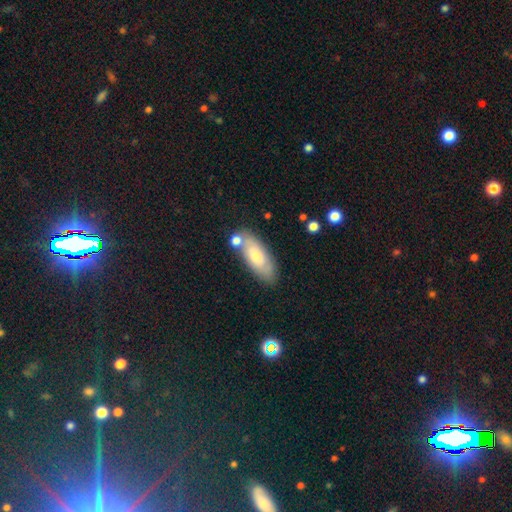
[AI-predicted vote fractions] smooth 63%, featured or disk 30%, star or artifact 7%. Down the decision tree: how rounded — in between (76%); merging — none (68%).